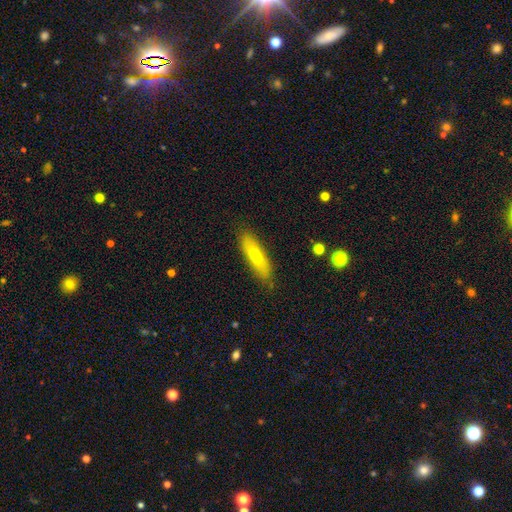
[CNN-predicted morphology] The model was most divided on "how rounded": cigar-shaped: 65%, in between: 32%, round: 2%. More confident: merging — none (83%); smooth or featured — smooth (63%).